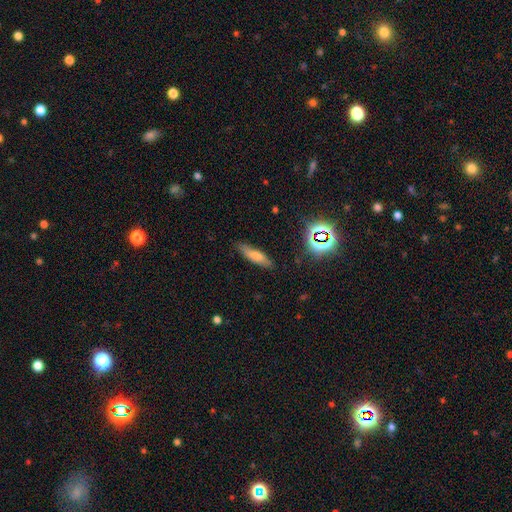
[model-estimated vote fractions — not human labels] smooth-or-featured: smooth: 70% | featured or disk: 19% | star or artifact: 11%
  how-rounded: cigar-shaped: 65% | in between: 32% | round: 2%
  merging: none: 80% | minor disturbance: 15% | major disturbance: 3% | merger: 2%